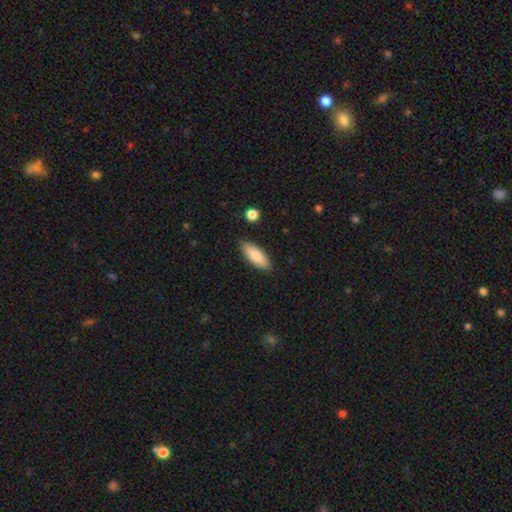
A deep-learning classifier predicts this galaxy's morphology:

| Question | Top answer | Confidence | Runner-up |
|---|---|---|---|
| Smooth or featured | smooth | 83% | featured or disk (11%) |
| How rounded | in between | 69% | cigar-shaped (29%) |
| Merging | none | 87% | minor disturbance (9%) |